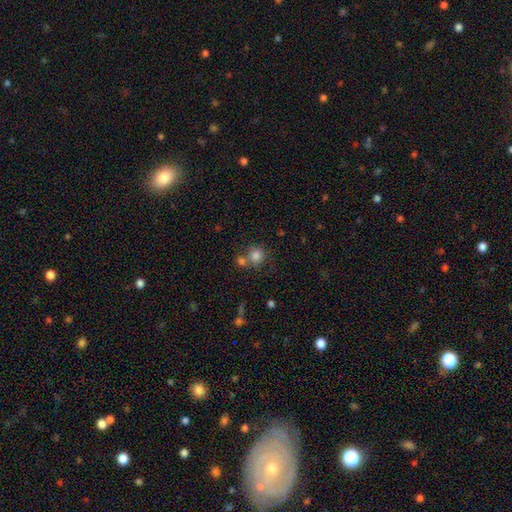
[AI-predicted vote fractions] Q: Smooth or featured?
A: smooth (81%); runner-up: star or artifact (12%)
Q: How rounded?
A: round (87%); runner-up: in between (12%)
Q: Merging?
A: none (58%); runner-up: merger (29%)